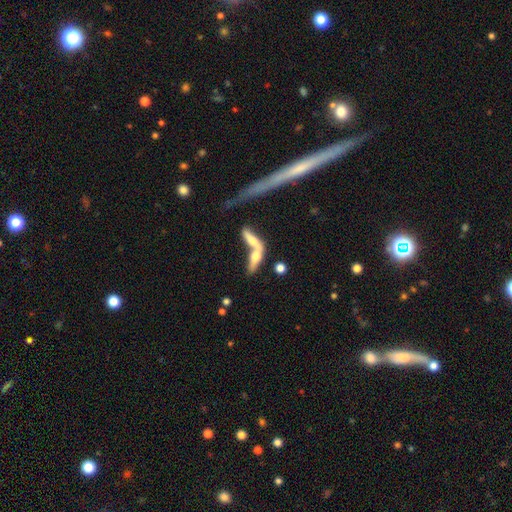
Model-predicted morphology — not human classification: This appears to be a smooth galaxy with no disk features (52%) that is cigar-shaped (53%). Merging: merger (68%).